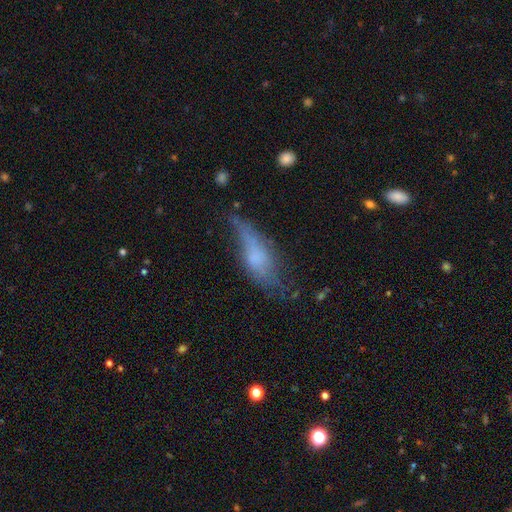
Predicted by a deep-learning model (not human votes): Smooth or featured?
  - smooth: 48% *
  - featured or disk: 42%
  - star or artifact: 10%
Merging?
  - none: 39% *
  - minor disturbance: 34%
  - major disturbance: 23%
  - merger: 4%